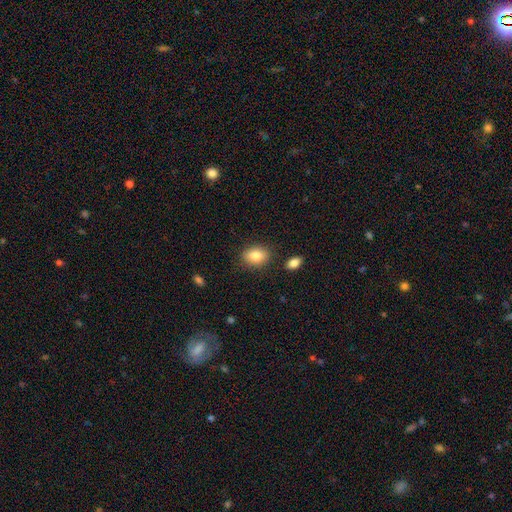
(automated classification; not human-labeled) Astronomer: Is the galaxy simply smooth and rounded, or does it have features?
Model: smooth — 83%.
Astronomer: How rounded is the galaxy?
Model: in between — 71%.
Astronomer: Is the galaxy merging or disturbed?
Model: none — 83%.